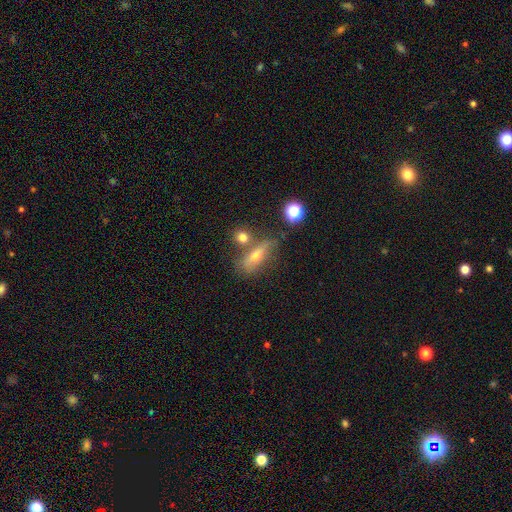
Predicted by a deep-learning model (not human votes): Smooth or featured?
  - smooth: 46% *
  - featured or disk: 41%
  - star or artifact: 13%
Merging?
  - none: 52% *
  - merger: 21%
  - minor disturbance: 18%
  - major disturbance: 10%